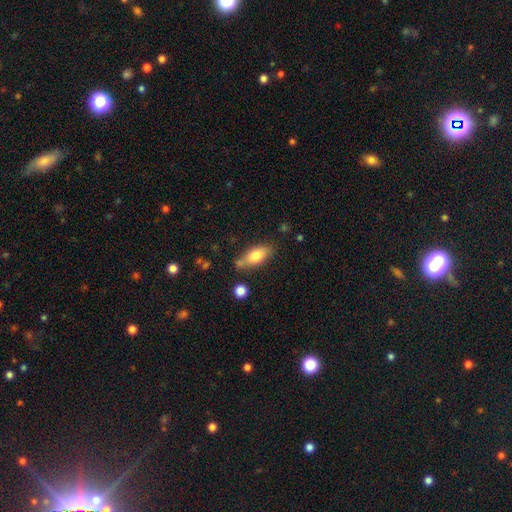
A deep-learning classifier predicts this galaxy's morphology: Smooth or featured?
  - smooth: 76% *
  - featured or disk: 17%
  - star or artifact: 7%
How rounded?
  - in between: 80% *
  - cigar-shaped: 16%
  - round: 4%
Merging?
  - none: 67% *
  - minor disturbance: 18%
  - merger: 11%
  - major disturbance: 4%